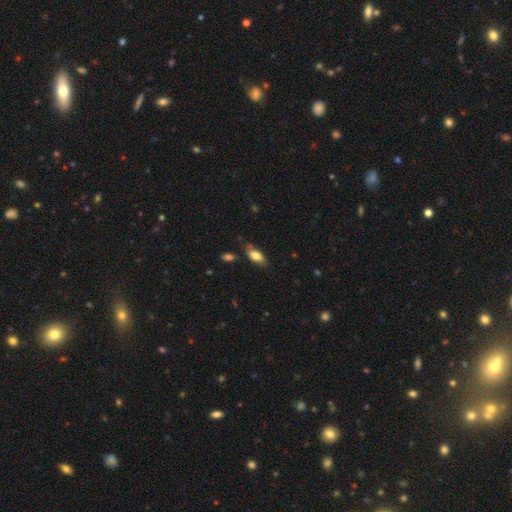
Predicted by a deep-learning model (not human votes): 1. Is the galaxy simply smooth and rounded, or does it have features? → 78% smooth, 15% featured or disk, 7% star or artifact.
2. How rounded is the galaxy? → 87% in between, 9% cigar-shaped, 4% round.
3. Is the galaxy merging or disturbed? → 71% none, 20% minor disturbance, 5% merger, 4% major disturbance.